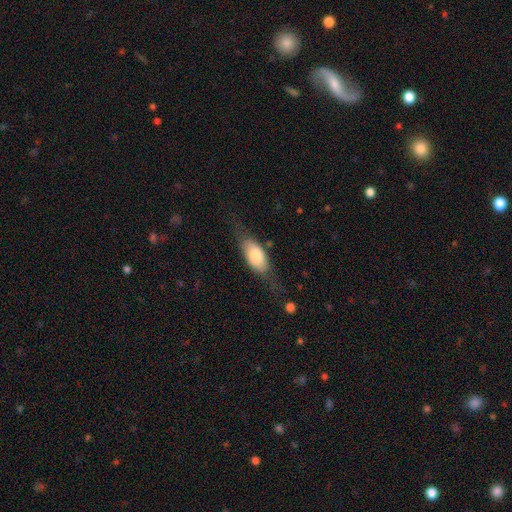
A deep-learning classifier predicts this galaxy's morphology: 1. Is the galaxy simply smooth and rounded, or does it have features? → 68% smooth, 26% featured or disk, 6% star or artifact.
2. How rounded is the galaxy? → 80% in between, 16% cigar-shaped, 4% round.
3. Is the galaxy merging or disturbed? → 60% none, 24% minor disturbance, 14% major disturbance, 2% merger.